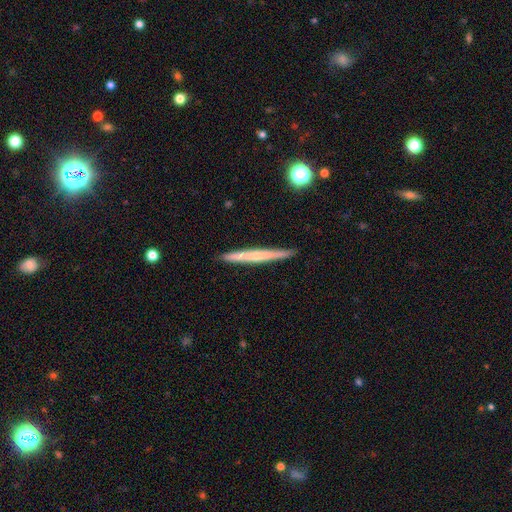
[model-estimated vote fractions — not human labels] Smooth or featured? featured or disk (49%)
Merging? none (90%)